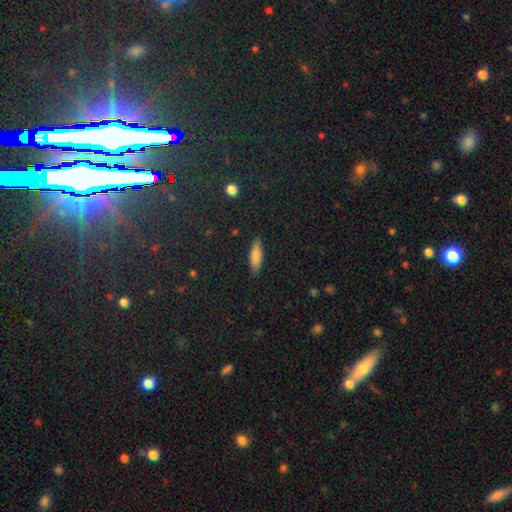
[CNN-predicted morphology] smooth-or-featured: smooth: 83% | featured or disk: 10% | star or artifact: 7%
  how-rounded: in between: 58% | cigar-shaped: 40% | round: 2%
  merging: none: 87% | minor disturbance: 9% | major disturbance: 2% | merger: 1%